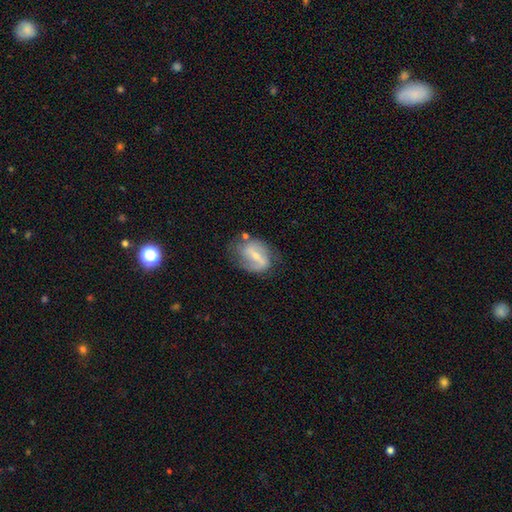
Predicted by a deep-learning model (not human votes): Smooth or featured? Predicted: featured or disk (p=0.71). Edge-on disk? Predicted: no (p=0.96). Bar? Predicted: strong (p=0.44). Spiral arms? Predicted: yes (p=0.81). Spiral winding? Predicted: loose (p=0.41). Spiral arm count? Predicted: 2 (p=0.74). Bulge size? Predicted: small (p=0.60). Merging? Predicted: none (p=0.57).